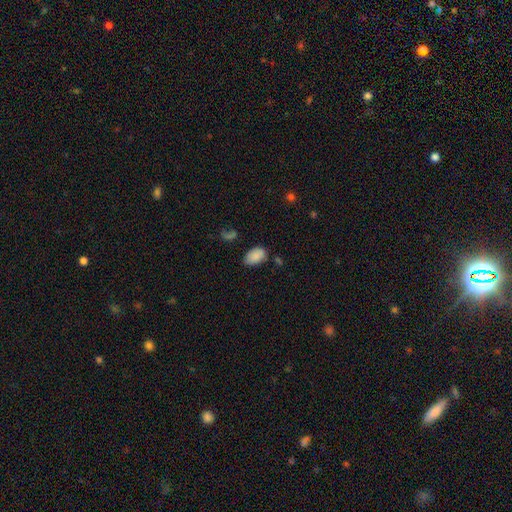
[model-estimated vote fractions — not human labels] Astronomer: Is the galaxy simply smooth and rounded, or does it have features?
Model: smooth — 87%.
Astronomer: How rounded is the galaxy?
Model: in between — 92%.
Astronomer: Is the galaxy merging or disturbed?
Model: none — 71%.